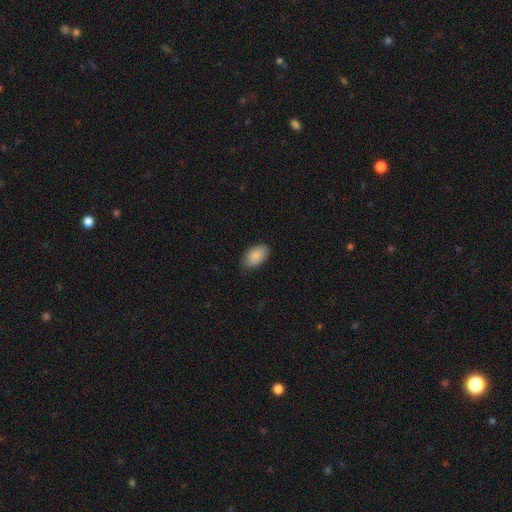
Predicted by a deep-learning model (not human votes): This appears to be a smooth galaxy with no disk features (88%) that is in between round and cigar-shaped (94%). Merging: none (82%).